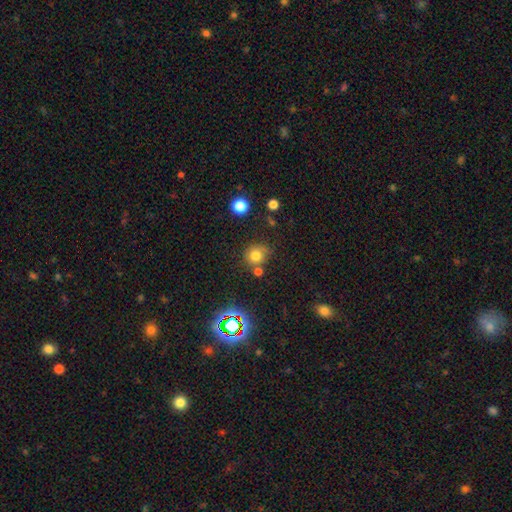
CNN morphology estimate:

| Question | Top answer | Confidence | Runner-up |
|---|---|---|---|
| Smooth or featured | smooth | 75% | star or artifact (17%) |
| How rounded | round | 80% | in between (19%) |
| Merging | none | 62% | minor disturbance (18%) |